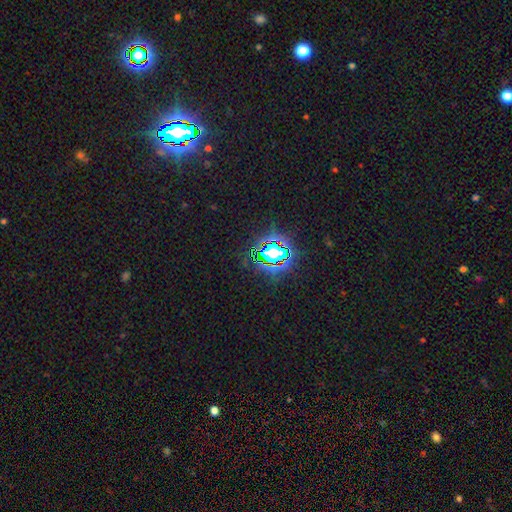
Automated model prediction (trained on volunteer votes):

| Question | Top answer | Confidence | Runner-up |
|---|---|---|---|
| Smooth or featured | star or artifact | 84% | smooth (10%) |